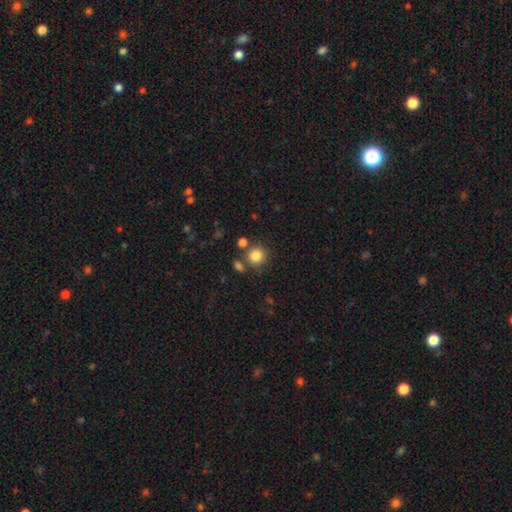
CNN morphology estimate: smooth-or-featured: smooth: 83% | star or artifact: 11% | featured or disk: 5%
  how-rounded: round: 90% | in between: 9% | cigar-shaped: 1%
  merging: none: 75% | merger: 13% | minor disturbance: 9% | major disturbance: 4%